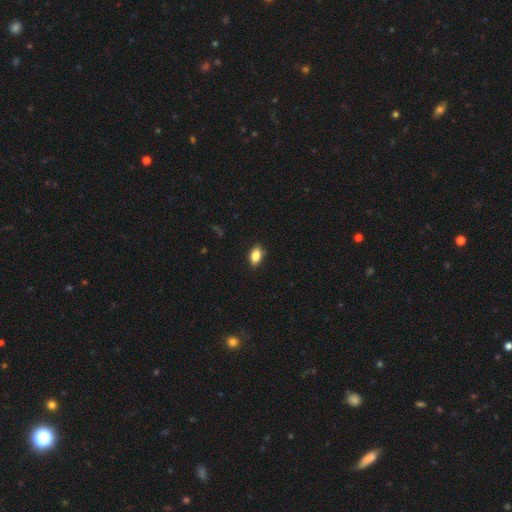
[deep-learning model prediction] Smooth or featured? smooth (84%)
How rounded? in between (87%)
Merging? none (86%)